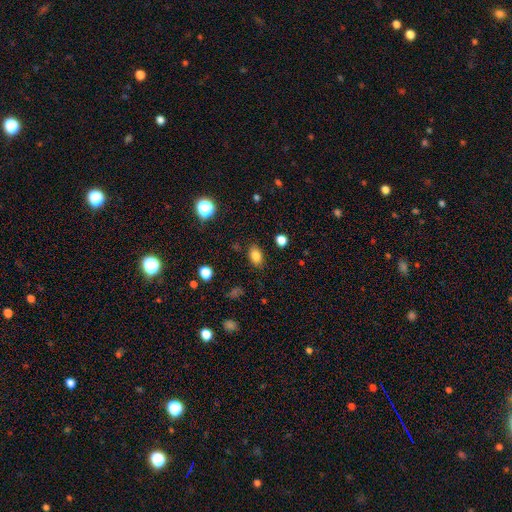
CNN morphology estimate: This is clearly a smooth galaxy (83%). How rounded: clearly in between (82%). Merging: clearly none (84%).